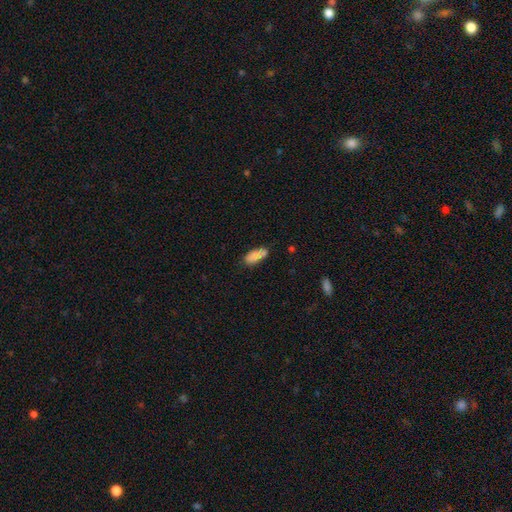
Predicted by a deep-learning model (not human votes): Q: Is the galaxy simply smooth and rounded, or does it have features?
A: smooth — 80%.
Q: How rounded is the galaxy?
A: in between — 80%.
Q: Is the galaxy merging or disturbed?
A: none — 54%.